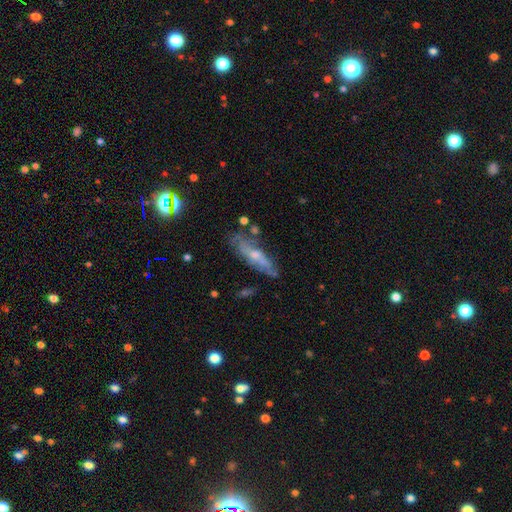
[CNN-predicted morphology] Smooth or featured? featured or disk (60%)
Edge-on disk? no (56%)
Merging? none (59%)